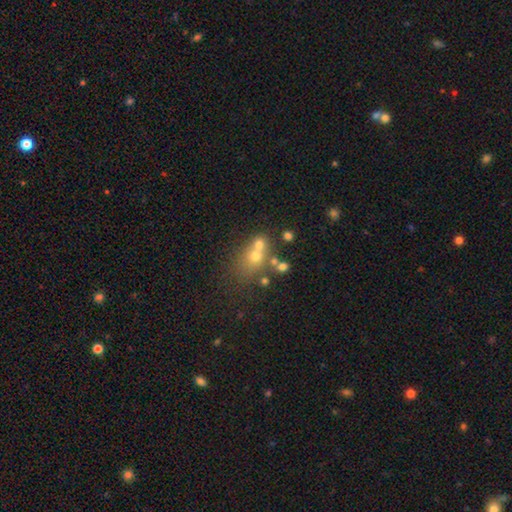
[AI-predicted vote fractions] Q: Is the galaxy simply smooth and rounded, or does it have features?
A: smooth — 57%.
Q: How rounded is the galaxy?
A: round — 65%.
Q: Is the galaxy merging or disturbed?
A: merger — 49%.